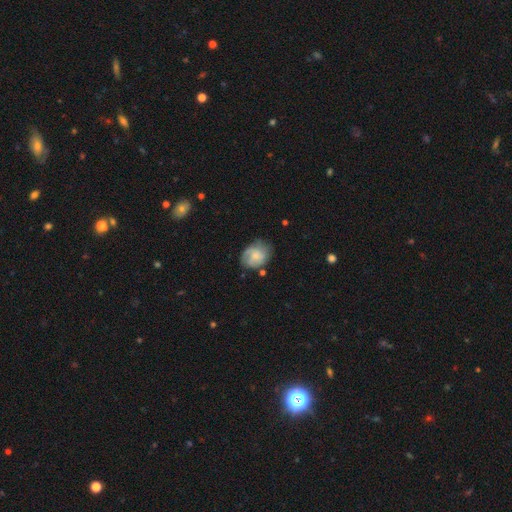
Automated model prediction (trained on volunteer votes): Smooth or featured? featured or disk (47%)
Merging? none (63%)